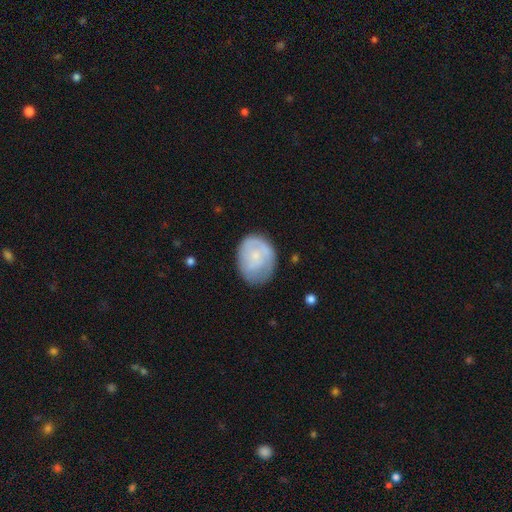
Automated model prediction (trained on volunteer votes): Smooth or featured: smooth — 53% (featured or disk — 41%)
How rounded: in between — 55% (round — 44%)
Merging: none — 61% (minor disturbance — 27%)